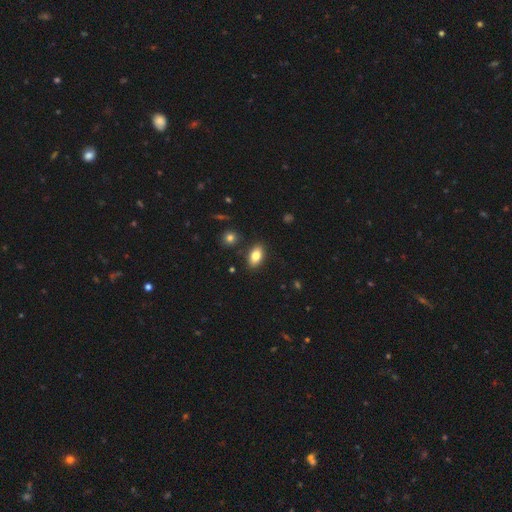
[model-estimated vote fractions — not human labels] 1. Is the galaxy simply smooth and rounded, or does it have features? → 81% smooth, 11% featured or disk, 8% star or artifact.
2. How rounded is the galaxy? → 90% in between, 6% round, 4% cigar-shaped.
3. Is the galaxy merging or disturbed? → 86% none, 9% minor disturbance, 3% merger, 2% major disturbance.